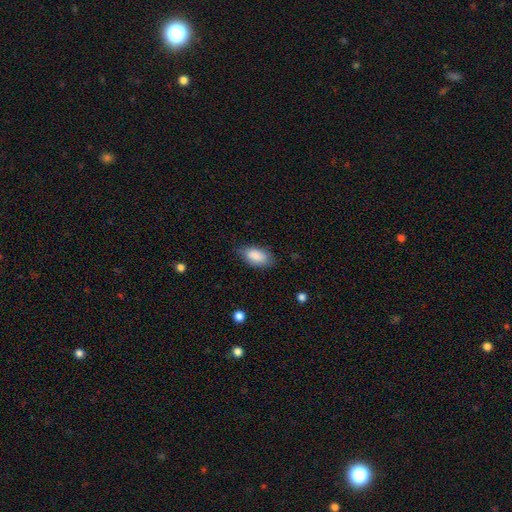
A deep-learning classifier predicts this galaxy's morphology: Q: Smooth or featured?
A: smooth (88%); runner-up: star or artifact (6%)
Q: How rounded?
A: in between (93%); runner-up: cigar-shaped (5%)
Q: Merging?
A: none (75%); runner-up: minor disturbance (20%)